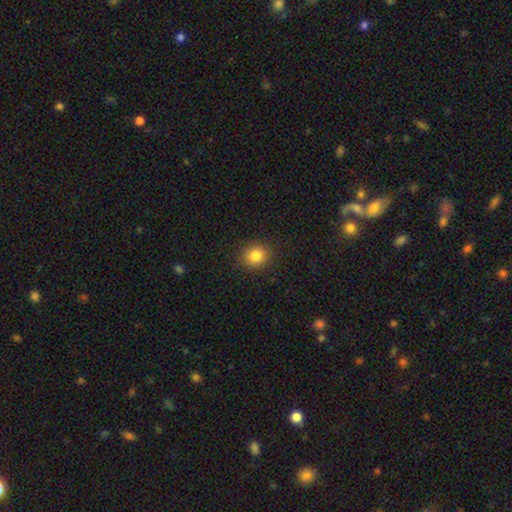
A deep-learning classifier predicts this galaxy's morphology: Smooth or featured?
  - smooth: 84% *
  - star or artifact: 11%
  - featured or disk: 6%
How rounded?
  - round: 81% *
  - in between: 18%
  - cigar-shaped: 1%
Merging?
  - none: 90% *
  - minor disturbance: 7%
  - major disturbance: 2%
  - merger: 1%